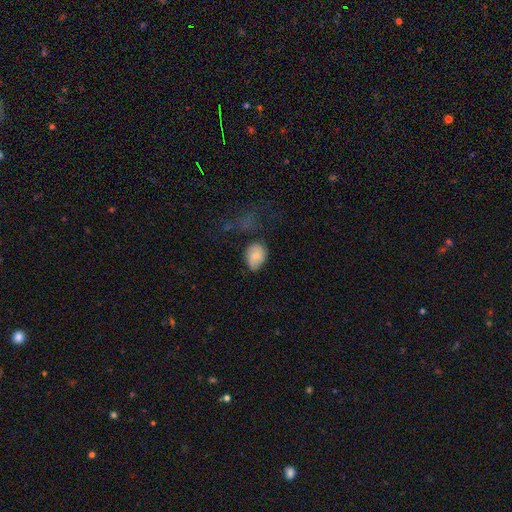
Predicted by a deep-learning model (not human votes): This is likely a smooth galaxy (74%). How rounded: likely in between (72%). Merging: possibly none (58%).